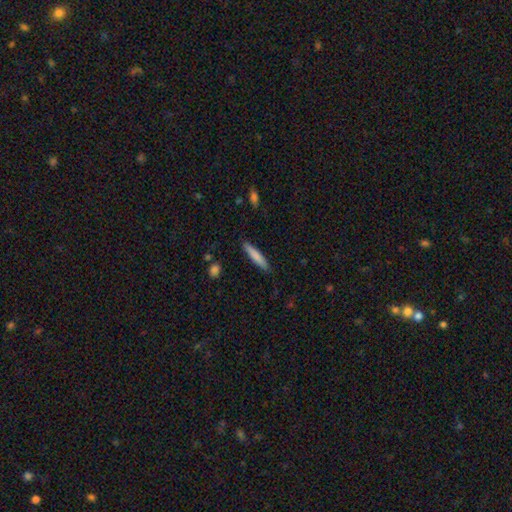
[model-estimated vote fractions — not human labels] smooth_or_featured: smooth (p=0.80) [alt: featured or disk p=0.14]
how_rounded: cigar-shaped (p=0.90) [alt: in between p=0.09]
merging: none (p=0.89) [alt: minor disturbance p=0.08]